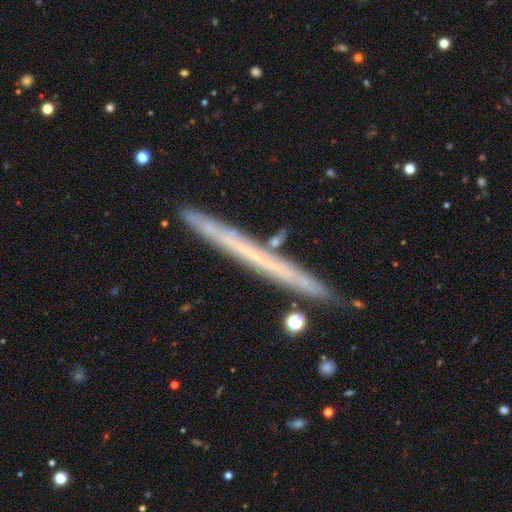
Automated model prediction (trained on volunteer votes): The model was most divided on "smooth or featured": featured or disk: 57%, smooth: 35%, star or artifact: 8%. More confident: edge-on disk — yes (95%); edge-on bulge — none (93%); merging — none (86%).